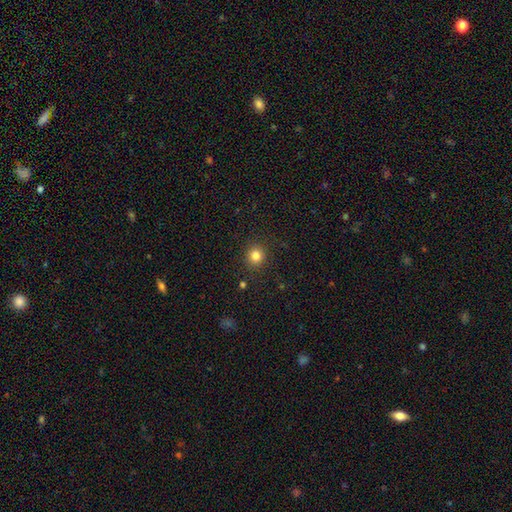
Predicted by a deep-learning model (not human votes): smooth-or-featured: smooth: 83% | star or artifact: 12% | featured or disk: 5%
  how-rounded: round: 90% | in between: 9% | cigar-shaped: 1%
  merging: none: 90% | minor disturbance: 6% | major disturbance: 2% | merger: 1%